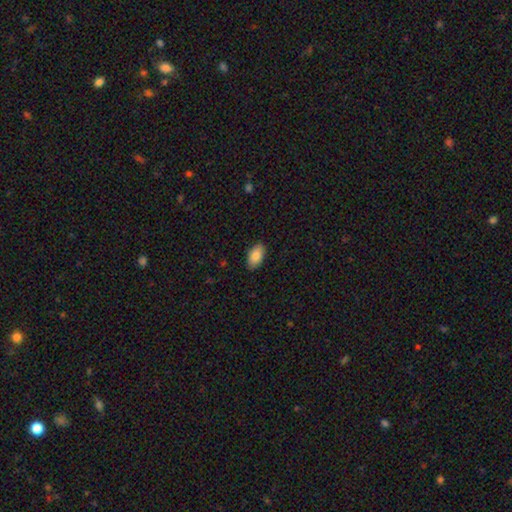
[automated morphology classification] smooth_or_featured: smooth (p=0.85) [alt: featured or disk p=0.08]
how_rounded: in between (p=0.94) [alt: round p=0.03]
merging: none (p=0.88) [alt: minor disturbance p=0.09]